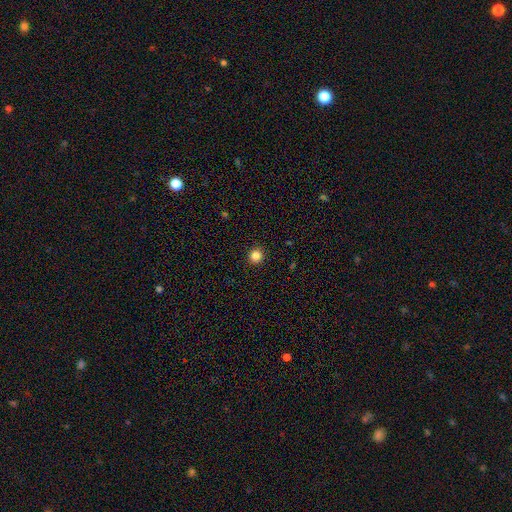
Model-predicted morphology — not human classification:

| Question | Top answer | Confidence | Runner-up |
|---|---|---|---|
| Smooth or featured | smooth | 84% | star or artifact (12%) |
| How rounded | round | 93% | in between (6%) |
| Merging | none | 93% | minor disturbance (4%) |